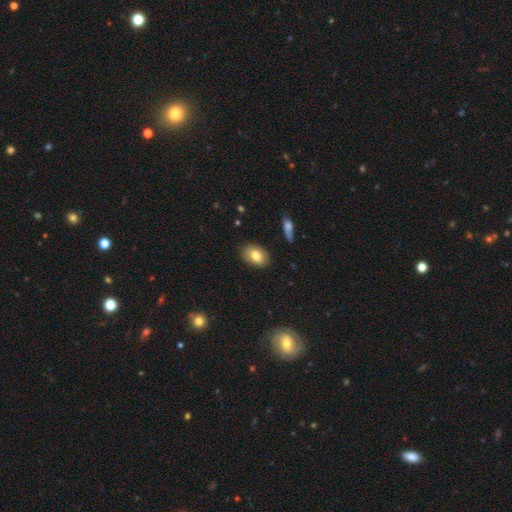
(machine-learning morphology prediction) A smooth galaxy with no disk features (80%) that is in between round and cigar-shaped (85%). Merging: none (84%).